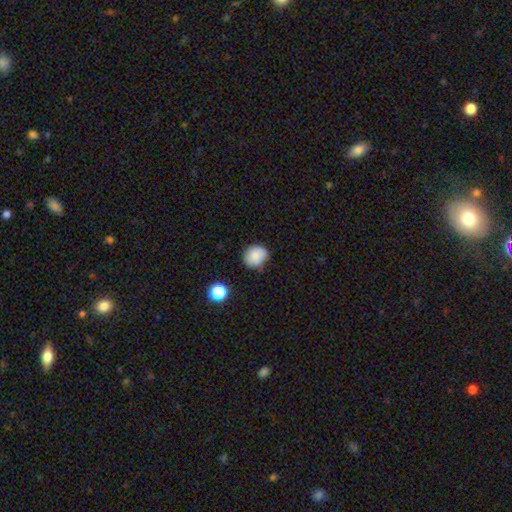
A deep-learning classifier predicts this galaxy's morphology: A smooth galaxy with no disk features (82%) that is round (73%).

Vote fractions:
- Smooth or featured? smooth: 82% / star or artifact: 10% / featured or disk: 8%
- How rounded? round: 73% / in between: 26% / cigar-shaped: 1%
- Merging? none: 76% / minor disturbance: 18% / major disturbance: 3% / merger: 3%